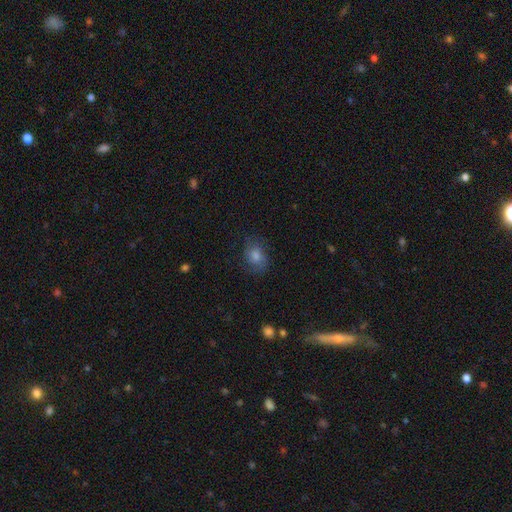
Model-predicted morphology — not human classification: A smooth galaxy with no disk features (55%) that is in between round and cigar-shaped (58%).

Vote fractions:
- Smooth or featured? smooth: 55% / featured or disk: 28% / star or artifact: 18%
- How rounded? in between: 58% / round: 41% / cigar-shaped: 1%
- Merging? none: 74% / minor disturbance: 17% / major disturbance: 7% / merger: 1%